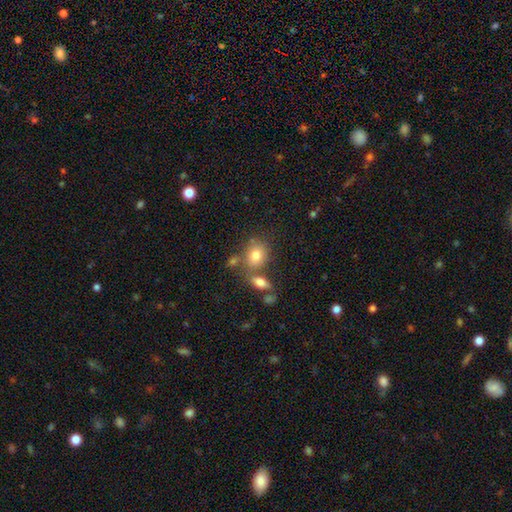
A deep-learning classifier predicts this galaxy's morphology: This is clearly a smooth galaxy (80%). How rounded: possibly in between (54%). Merging: possibly none (57%).